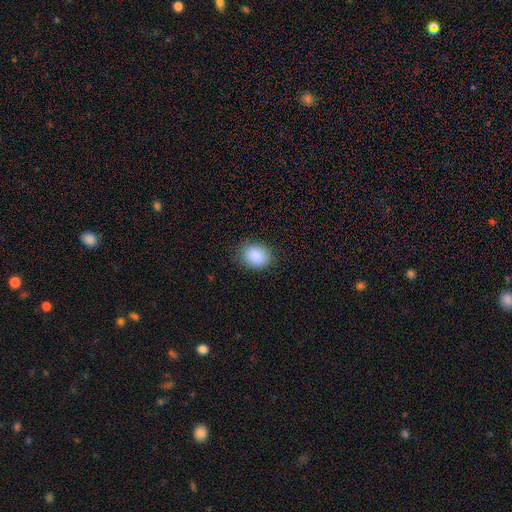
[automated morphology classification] Smooth or featured?
  - smooth: 89% *
  - star or artifact: 7%
  - featured or disk: 4%
How rounded?
  - in between: 57% *
  - round: 42%
  - cigar-shaped: 1%
Merging?
  - none: 84% *
  - minor disturbance: 12%
  - major disturbance: 3%
  - merger: 1%